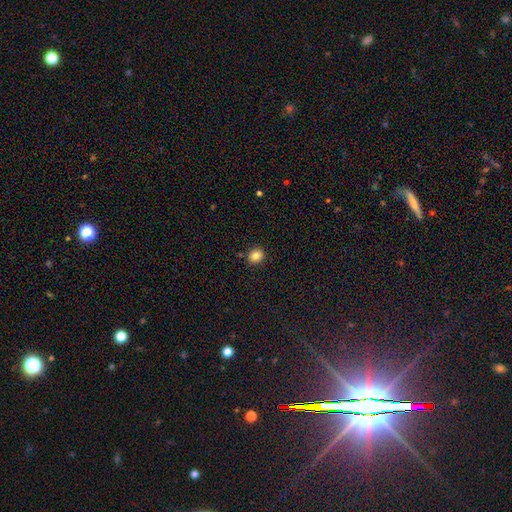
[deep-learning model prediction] A smooth galaxy with no disk features (83%) that is round (73%).

Vote fractions:
- Smooth or featured? smooth: 83% / star or artifact: 11% / featured or disk: 6%
- How rounded? round: 73% / in between: 26% / cigar-shaped: 1%
- Merging? none: 87% / minor disturbance: 8% / merger: 3% / major disturbance: 2%